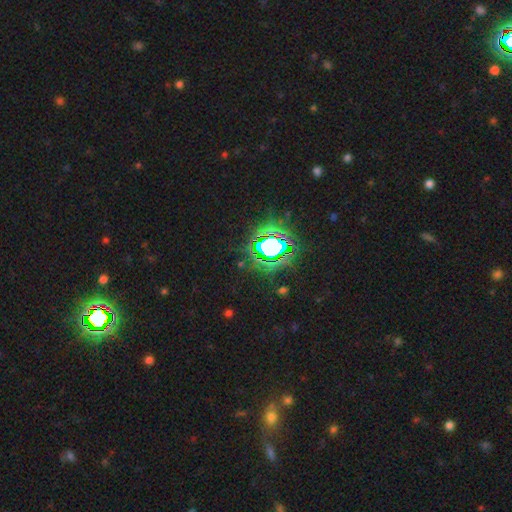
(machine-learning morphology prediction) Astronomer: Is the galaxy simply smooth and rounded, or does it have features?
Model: star or artifact — 82%.